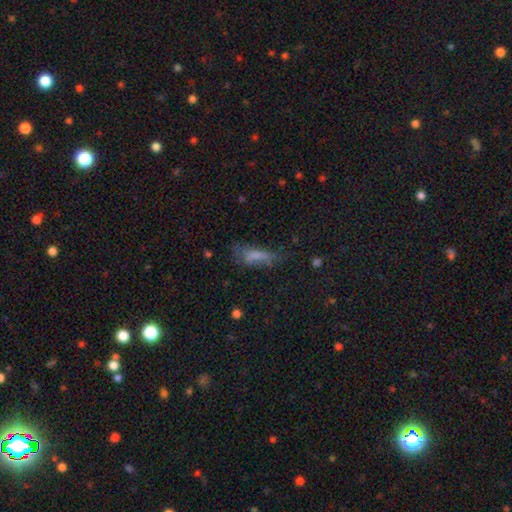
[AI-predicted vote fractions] The model was most divided on "merging": none: 39%, minor disturbance: 28%, major disturbance: 28%, merger: 5%. More confident: smooth or featured — smooth (63%); how rounded — in between (62%).